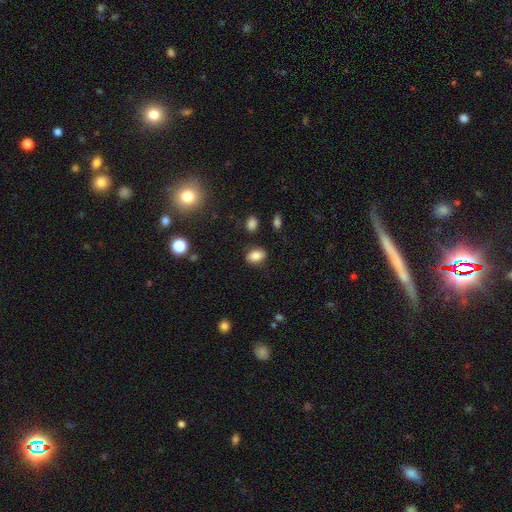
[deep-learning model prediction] A smooth galaxy with no disk features (84%) that is in between round and cigar-shaped (80%).

Vote fractions:
- Smooth or featured? smooth: 84% / star or artifact: 10% / featured or disk: 7%
- How rounded? in between: 80% / round: 18% / cigar-shaped: 2%
- Merging? none: 83% / minor disturbance: 11% / major disturbance: 3% / merger: 2%